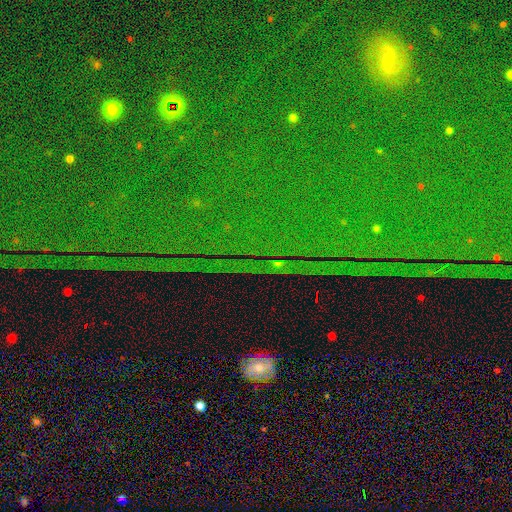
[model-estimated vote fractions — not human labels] Smooth or featured? star or artifact (84%)